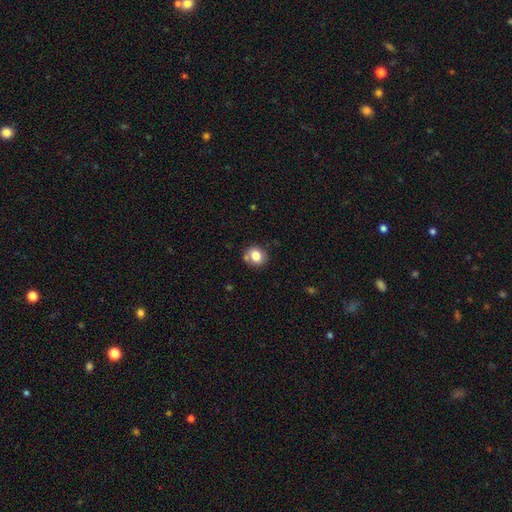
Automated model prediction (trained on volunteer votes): smooth_or_featured: smooth (p=0.81) [alt: star or artifact p=0.10]
how_rounded: round (p=0.71) [alt: in between p=0.28]
merging: none (p=0.70) [alt: minor disturbance p=0.15]